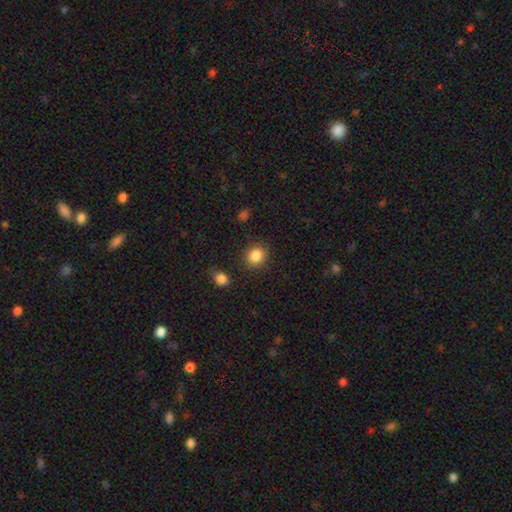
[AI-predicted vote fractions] A smooth galaxy with no disk features (86%) that is round (75%).

Vote fractions:
- Smooth or featured? smooth: 86% / star or artifact: 10% / featured or disk: 4%
- How rounded? round: 75% / in between: 24% / cigar-shaped: 1%
- Merging? none: 85% / minor disturbance: 9% / major disturbance: 3% / merger: 2%